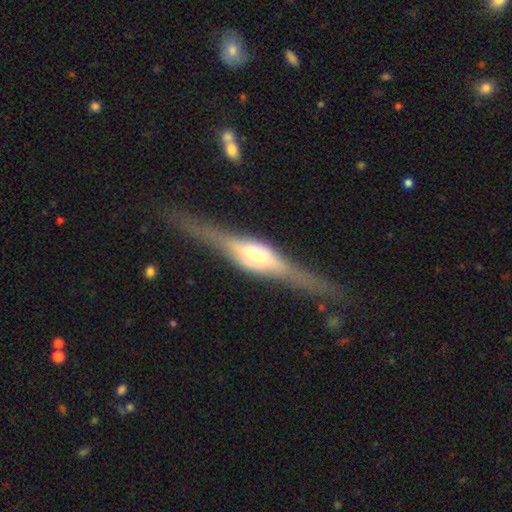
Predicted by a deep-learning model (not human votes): This appears to be a featured or disk galaxy (80%) viewed edge-on (96%) with a rounded central bulge (87%). Merging: none (83%).